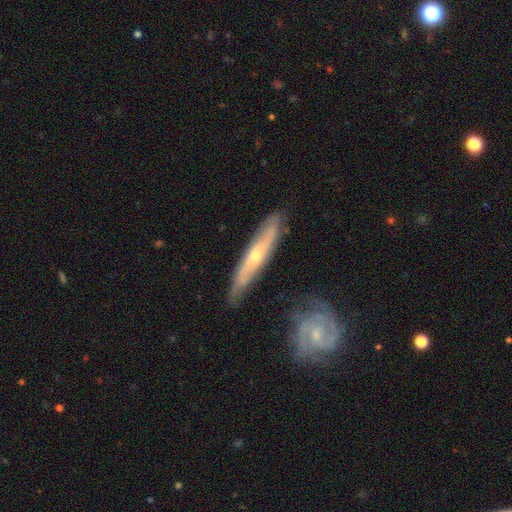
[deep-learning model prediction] Overall: featured or disk (67%; smooth 28%). Edge-on disk: yes (60%; no 40%). Merging: none (77%).